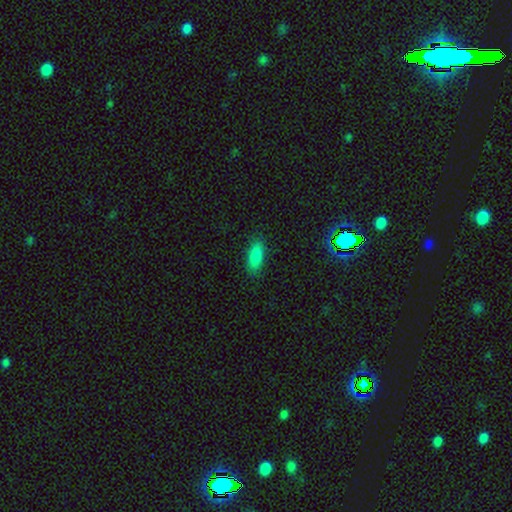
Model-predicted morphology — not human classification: Smooth or featured? smooth (86%)
How rounded? in between (78%)
Merging? none (85%)